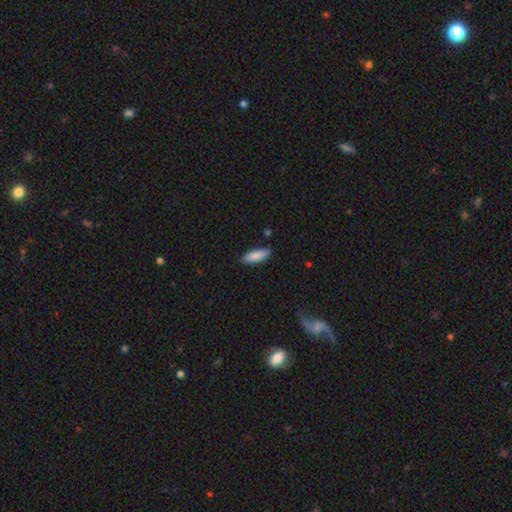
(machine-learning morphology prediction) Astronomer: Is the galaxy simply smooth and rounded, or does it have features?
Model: smooth — 86%.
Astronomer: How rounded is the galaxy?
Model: in between — 49%, tied with cigar-shaped at 49%.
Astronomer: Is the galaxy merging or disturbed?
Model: none — 85%.